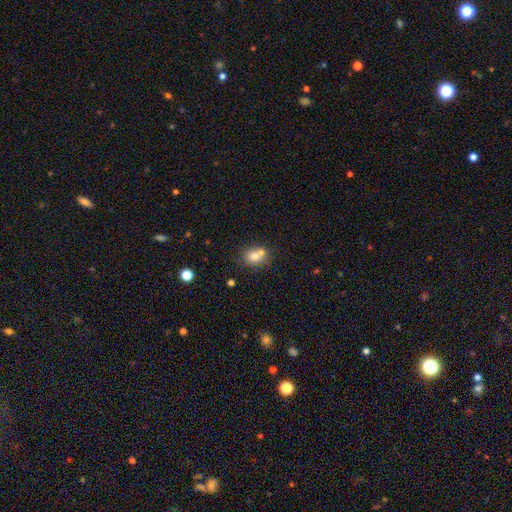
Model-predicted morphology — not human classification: This appears to be a smooth galaxy with no disk features (75%) that is round (59%). Merging: none (43%).